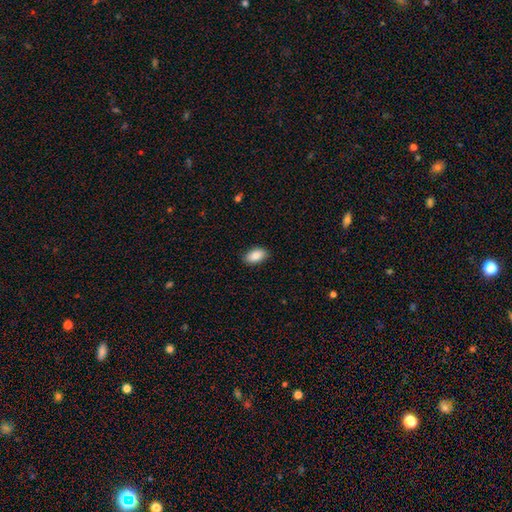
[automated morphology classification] This is clearly a smooth galaxy (87%). How rounded: clearly in between (93%). Merging: clearly none (89%).